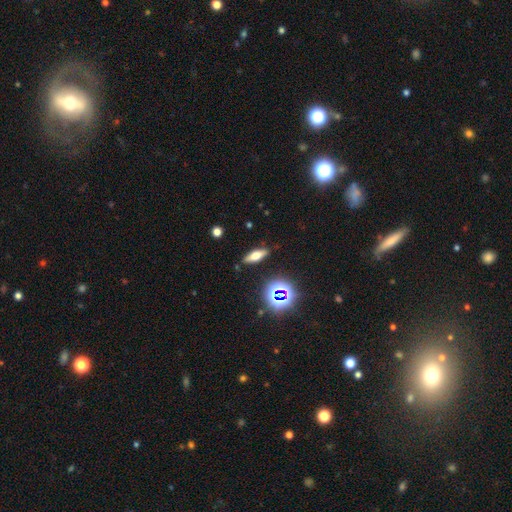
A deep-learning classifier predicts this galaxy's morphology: A smooth galaxy with no disk features (50%).

Vote fractions:
- Smooth or featured? smooth: 50% / featured or disk: 34% / star or artifact: 16%
- Merging? none: 85% / minor disturbance: 10% / major disturbance: 3% / merger: 2%